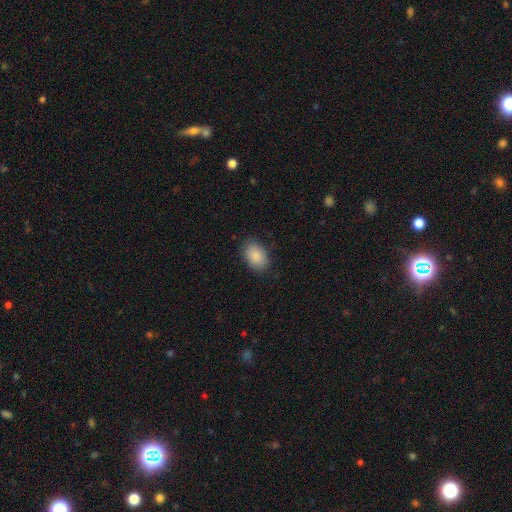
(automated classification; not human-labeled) smooth-or-featured: smooth: 88% | star or artifact: 7% | featured or disk: 5%
  how-rounded: in between: 86% | round: 13% | cigar-shaped: 1%
  merging: none: 85% | minor disturbance: 11% | major disturbance: 3% | merger: 1%